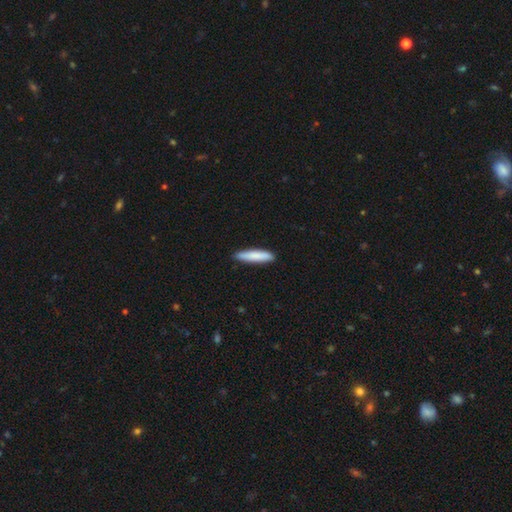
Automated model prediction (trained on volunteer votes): Morphology: type=smooth (84%); roundness=cigar-shaped (87%); merging=none (89%).